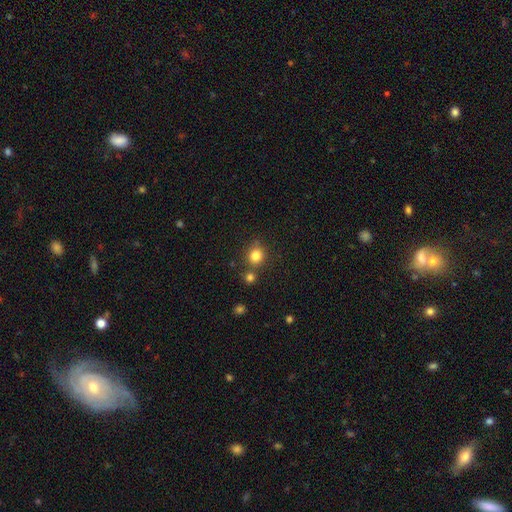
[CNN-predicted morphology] A smooth galaxy with no disk features (81%) that is round (85%).

Vote fractions:
- Smooth or featured? smooth: 81% / star or artifact: 12% / featured or disk: 6%
- How rounded? round: 85% / in between: 15% / cigar-shaped: 1%
- Merging? none: 74% / merger: 14% / minor disturbance: 9% / major disturbance: 3%